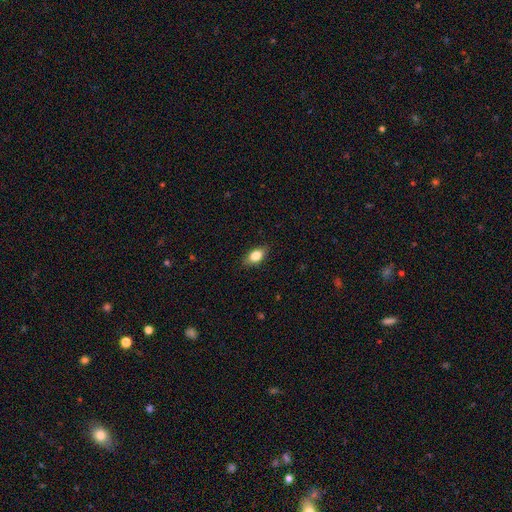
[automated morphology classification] smooth 81%, featured or disk 11%, star or artifact 8%. Down the decision tree: how rounded — in between (85%); merging — none (85%).